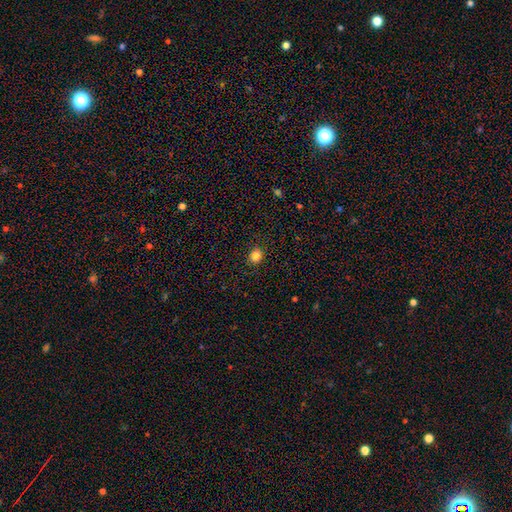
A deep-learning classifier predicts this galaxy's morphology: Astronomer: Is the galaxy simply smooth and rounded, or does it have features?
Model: smooth — 84%.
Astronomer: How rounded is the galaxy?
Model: round — 70%.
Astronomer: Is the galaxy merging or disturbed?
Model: none — 90%.